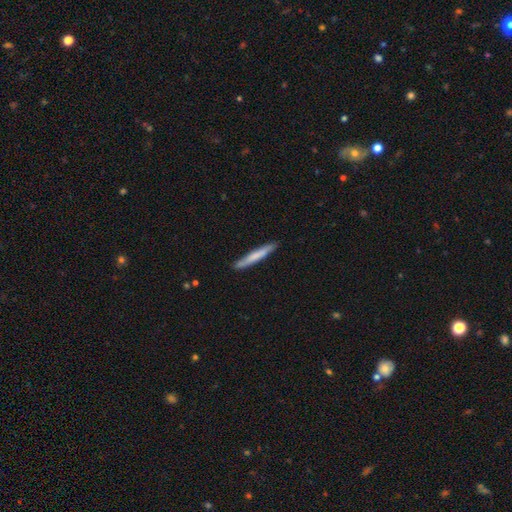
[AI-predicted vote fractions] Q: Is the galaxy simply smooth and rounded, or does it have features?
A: smooth — 66%.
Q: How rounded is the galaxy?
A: cigar-shaped — 96%.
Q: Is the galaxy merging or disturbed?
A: none — 89%.